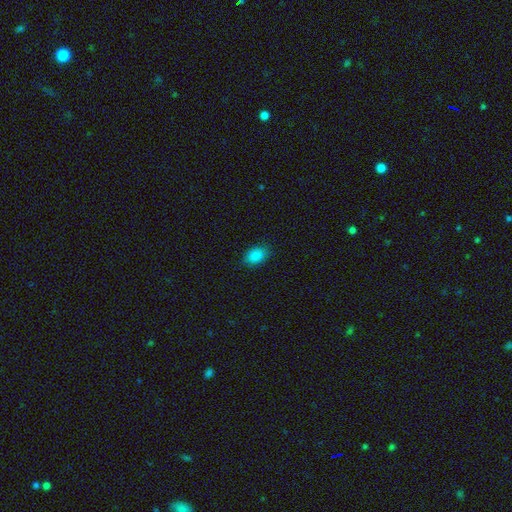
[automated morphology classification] Overall: smooth (87%). How rounded: in between (85%). Merging: none (86%).